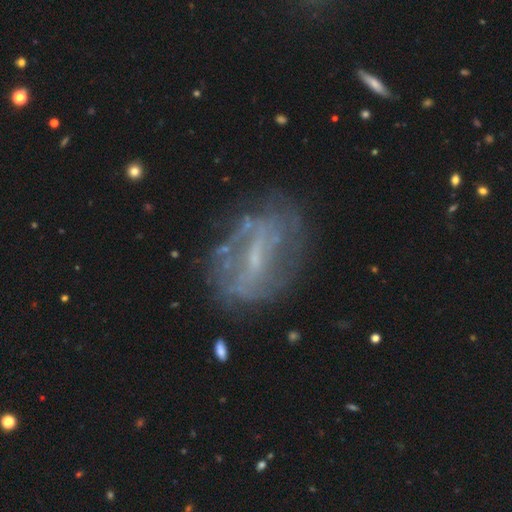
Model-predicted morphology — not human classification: featured or disk 73%, smooth 15%, star or artifact 12%. Down the decision tree: edge-on disk — no (93%); bar — weak (42%); spiral arms — yes (58%); bulge size — small (62%); merging — none (68%).